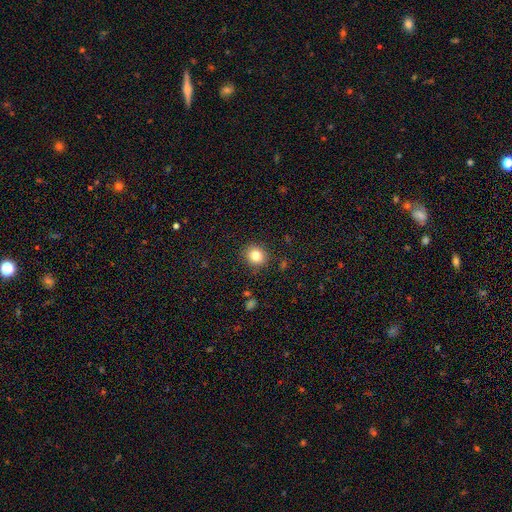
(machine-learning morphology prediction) A smooth galaxy with no disk features (82%) that is round (80%).

Vote fractions:
- Smooth or featured? smooth: 82% / star or artifact: 11% / featured or disk: 7%
- How rounded? round: 80% / in between: 19% / cigar-shaped: 1%
- Merging? none: 88% / minor disturbance: 8% / major disturbance: 3% / merger: 1%